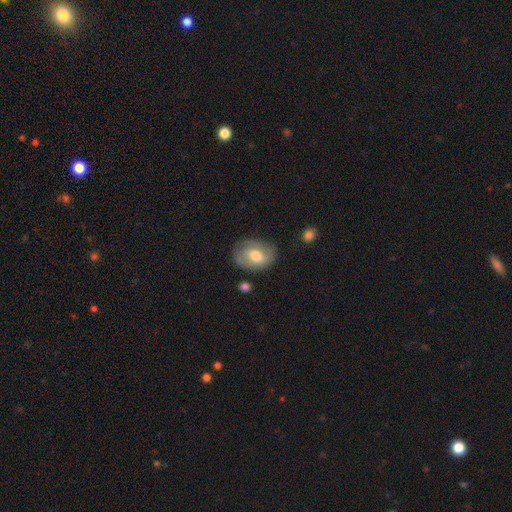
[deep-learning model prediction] Q: Smooth or featured?
A: smooth (47%); runner-up: featured or disk (46%)
Q: Merging?
A: none (71%); runner-up: minor disturbance (20%)